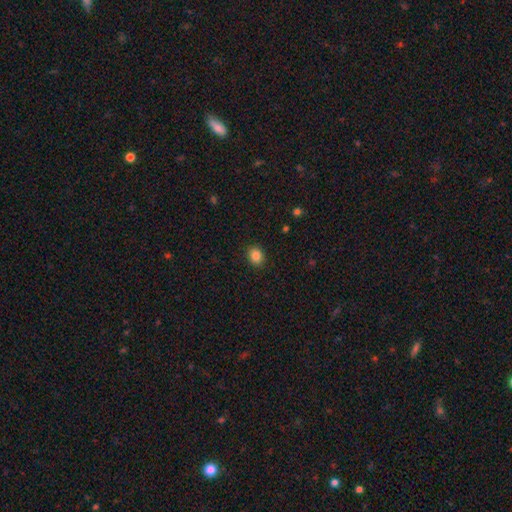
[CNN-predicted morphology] Smooth or featured? smooth (86%)
How rounded? round (56%)
Merging? none (90%)